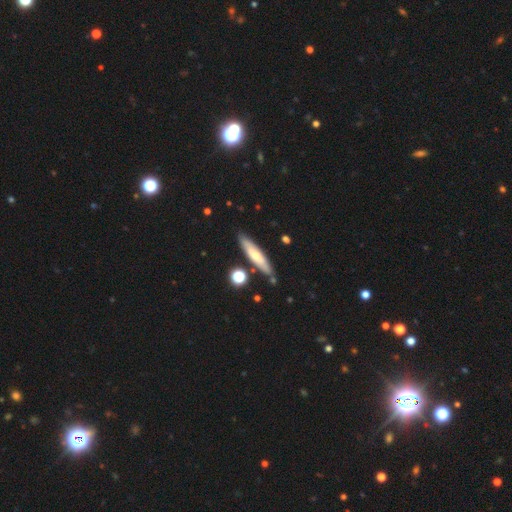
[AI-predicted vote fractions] Morphology: type=smooth (57%); roundness=cigar-shaped (84%); merging=none (81%).